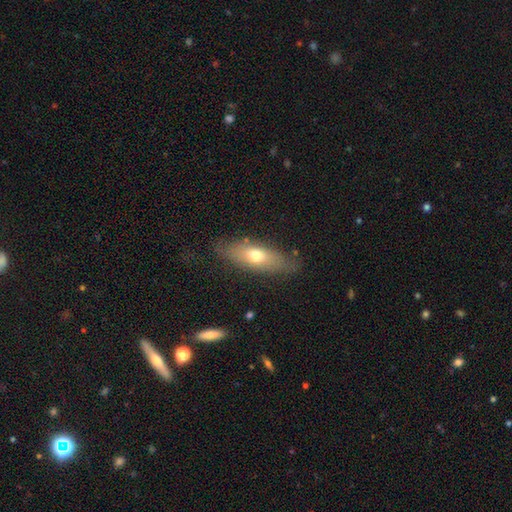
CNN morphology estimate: The model was most divided on "how rounded": in between: 64%, cigar-shaped: 32%, round: 4%. More confident: merging — none (79%); smooth or featured — smooth (63%).